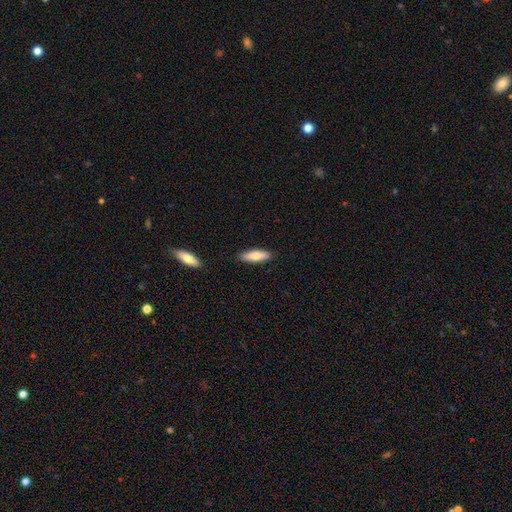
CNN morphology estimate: Smooth or featured? Predicted: smooth (p=0.73). How rounded? Predicted: in between (p=0.52). Merging? Predicted: none (p=0.88).